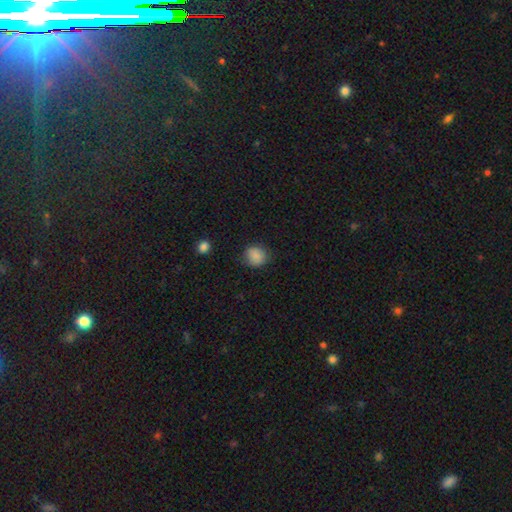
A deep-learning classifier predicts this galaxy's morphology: Smooth or featured? Predicted: smooth (p=0.84). How rounded? Predicted: round (p=0.78). Merging? Predicted: none (p=0.78).